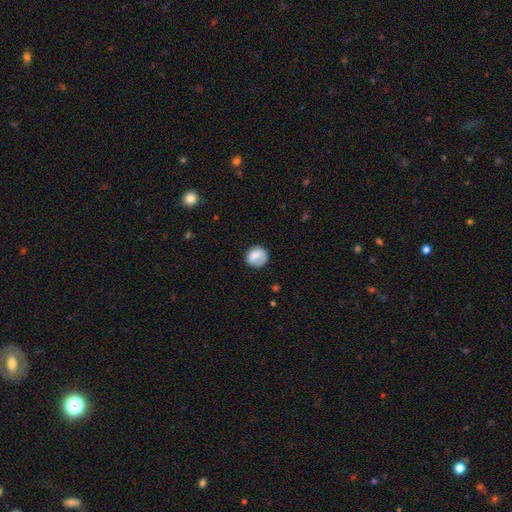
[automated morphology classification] smooth 78%, featured or disk 14%, star or artifact 8%. Down the decision tree: how rounded — round (84%); merging — none (68%).